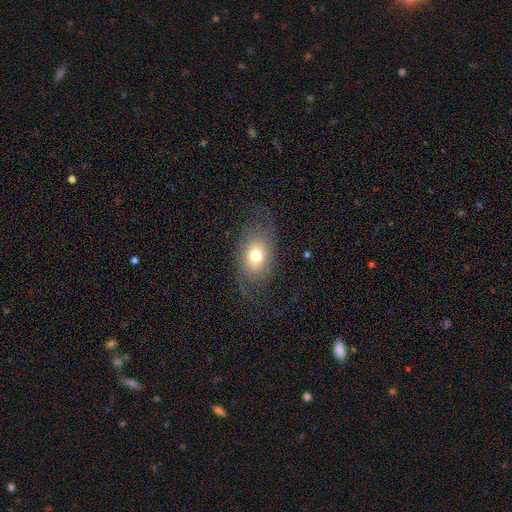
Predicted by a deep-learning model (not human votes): Smooth or featured? smooth (52%)
How rounded? in between (76%)
Merging? none (64%)